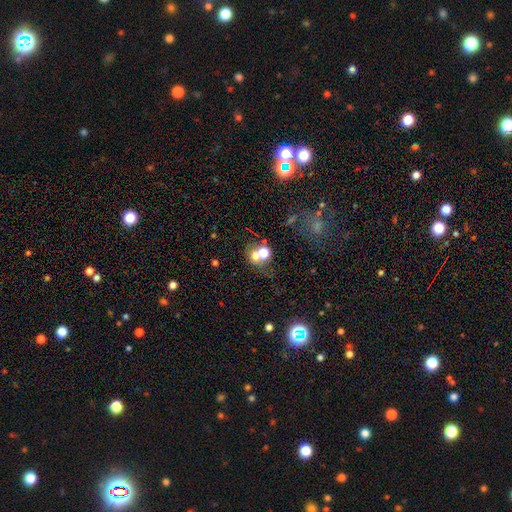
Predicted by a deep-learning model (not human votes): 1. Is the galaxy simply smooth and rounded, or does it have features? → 57% smooth, 25% star or artifact, 18% featured or disk.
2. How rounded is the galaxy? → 72% round, 27% in between, 1% cigar-shaped.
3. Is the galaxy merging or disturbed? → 42% merger, 41% none, 9% minor disturbance, 8% major disturbance.